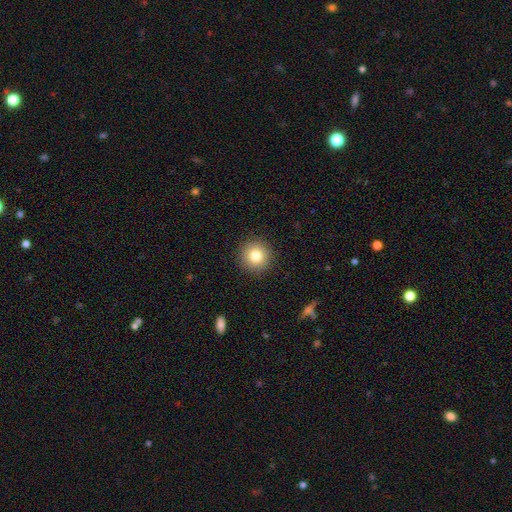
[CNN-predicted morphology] smooth_or_featured: smooth (p=0.82) [alt: star or artifact p=0.10]
how_rounded: round (p=0.94) [alt: in between p=0.05]
merging: none (p=0.92) [alt: minor disturbance p=0.05]